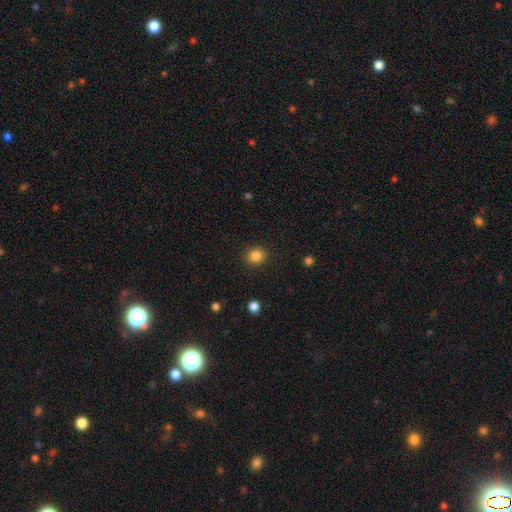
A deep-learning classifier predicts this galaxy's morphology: type=smooth (85%); roundness=round (78%); merging=none (90%).